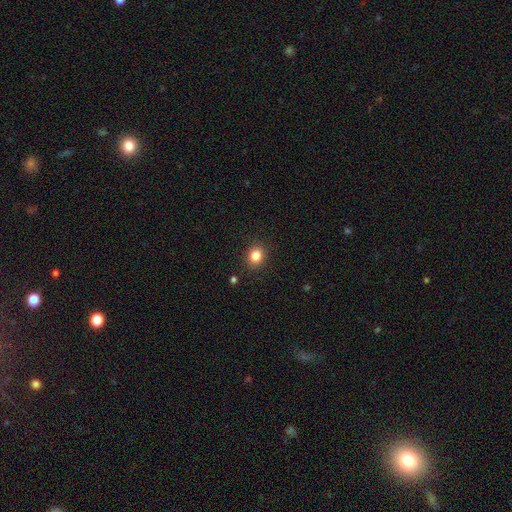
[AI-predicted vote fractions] Q: Smooth or featured?
A: smooth (84%); runner-up: star or artifact (11%)
Q: How rounded?
A: round (70%); runner-up: in between (29%)
Q: Merging?
A: none (89%); runner-up: minor disturbance (8%)